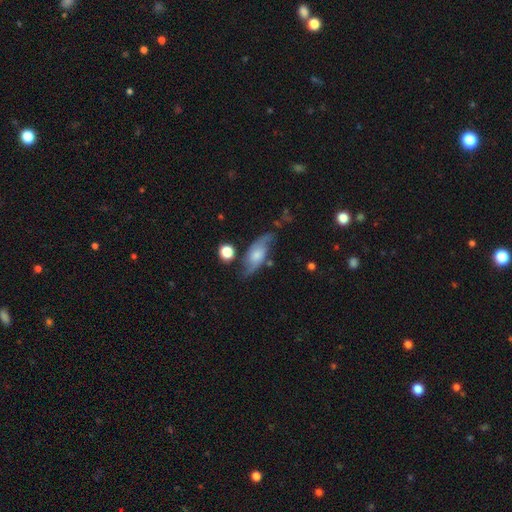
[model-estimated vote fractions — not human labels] The model was most divided on "bulge size": small: 39%, moderate: 37%, none: 11%, large: 11%, dominant: 3%. More confident: spiral arms — yes (91%); spiral arm count — 2 (89%); edge-on disk — no (85%); smooth or featured — featured or disk (70%); merging — none (68%); bar — no (64%); spiral winding — loose (54%).